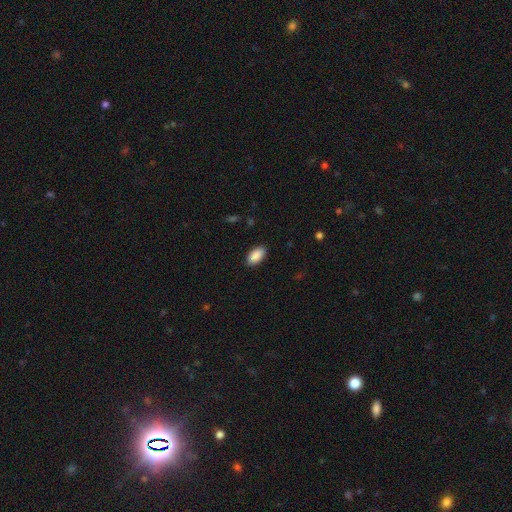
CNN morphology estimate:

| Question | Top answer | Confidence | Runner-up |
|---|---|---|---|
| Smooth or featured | smooth | 90% | star or artifact (6%) |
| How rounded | in between | 95% | cigar-shaped (3%) |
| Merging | none | 89% | minor disturbance (8%) |